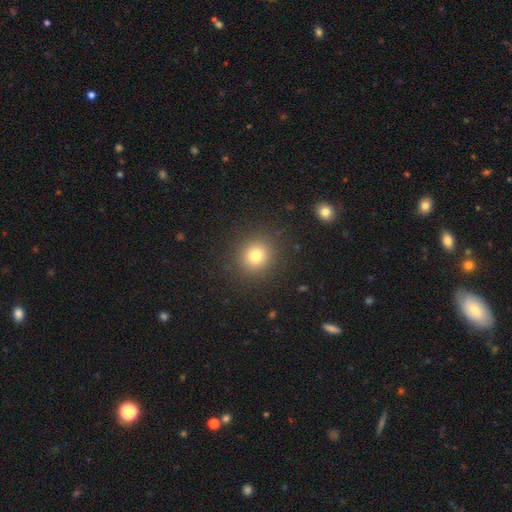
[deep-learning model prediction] This appears to be a smooth galaxy with no disk features (78%) that is round (89%). Merging: none (89%).